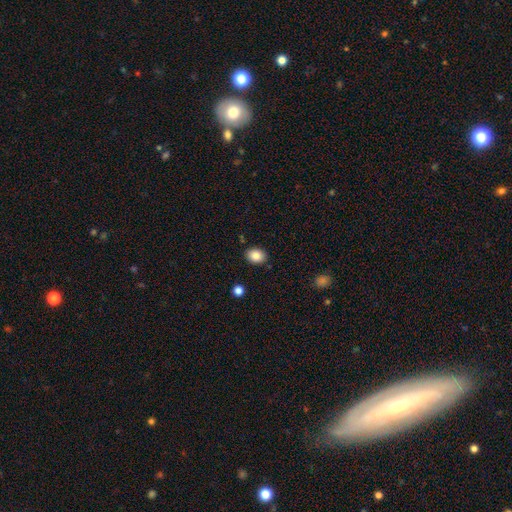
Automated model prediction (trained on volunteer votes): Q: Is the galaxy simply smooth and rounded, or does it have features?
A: smooth — 87%.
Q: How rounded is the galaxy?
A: in between — 64%.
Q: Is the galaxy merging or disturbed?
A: none — 87%.